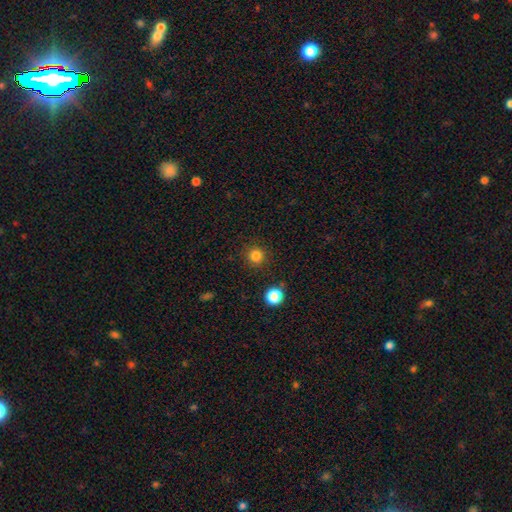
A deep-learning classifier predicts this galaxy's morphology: This appears to be a smooth galaxy with no disk features (82%) that is round (95%). Merging: none (90%).